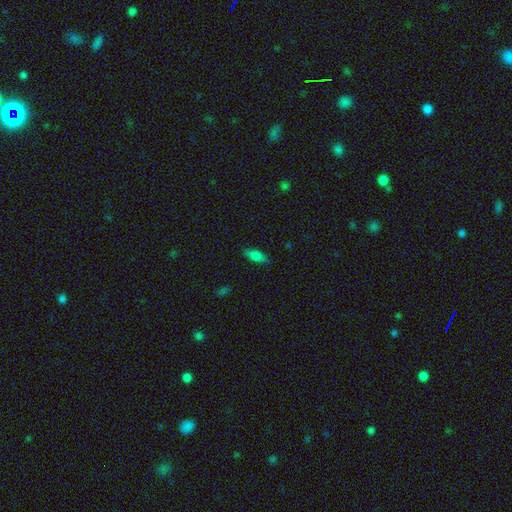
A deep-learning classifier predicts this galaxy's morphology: smooth-or-featured: smooth: 77% | featured or disk: 14% | star or artifact: 10%
  how-rounded: in between: 72% | cigar-shaped: 25% | round: 3%
  merging: none: 84% | minor disturbance: 12% | major disturbance: 3% | merger: 1%